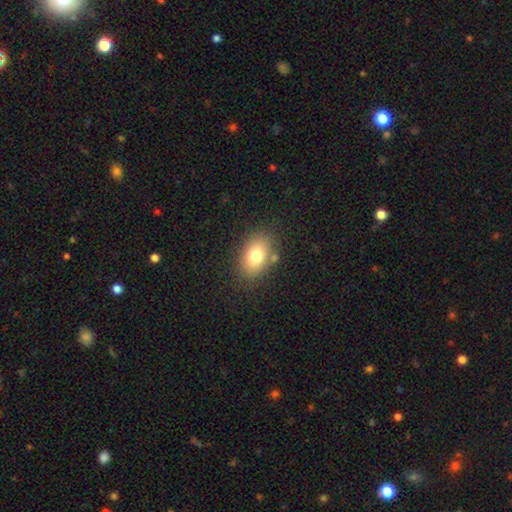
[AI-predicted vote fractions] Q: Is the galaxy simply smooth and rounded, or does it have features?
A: smooth — 77%.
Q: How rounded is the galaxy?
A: in between — 82%.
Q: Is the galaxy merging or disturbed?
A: none — 78%.